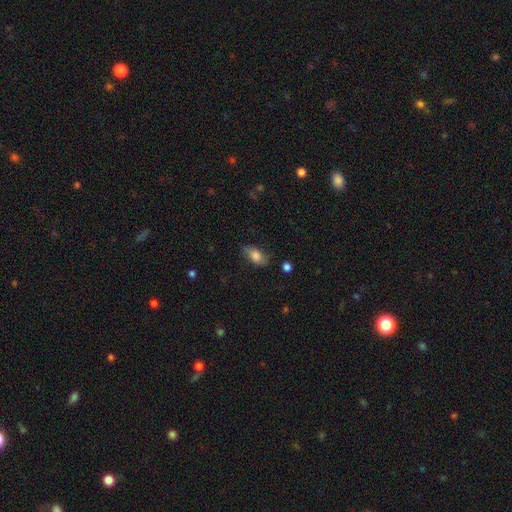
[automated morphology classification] smooth 76%, featured or disk 16%, star or artifact 8%. Down the decision tree: how rounded — in between (86%); merging — none (70%).